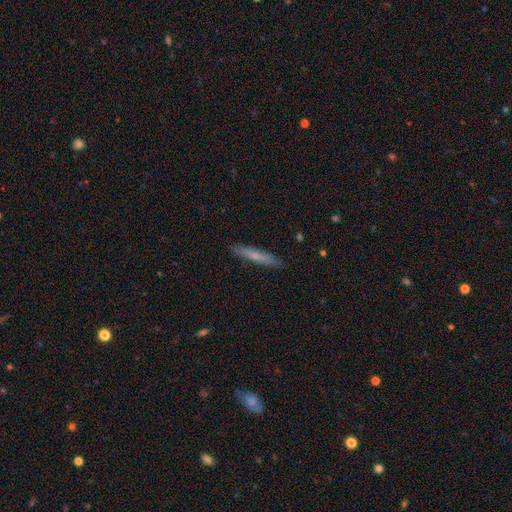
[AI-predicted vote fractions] Smooth or featured? Predicted: smooth (p=0.63). How rounded? Predicted: cigar-shaped (p=0.94). Merging? Predicted: none (p=0.89).